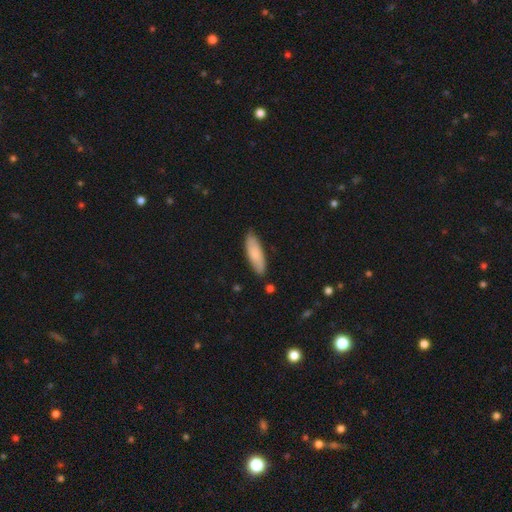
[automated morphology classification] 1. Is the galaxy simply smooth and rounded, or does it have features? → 80% smooth, 15% featured or disk, 5% star or artifact.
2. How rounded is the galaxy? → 51% in between, 47% cigar-shaped, 1% round.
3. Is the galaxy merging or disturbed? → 82% none, 14% minor disturbance, 2% major disturbance, 2% merger.